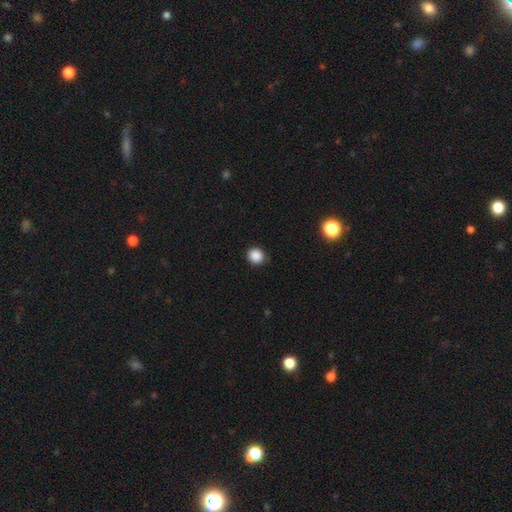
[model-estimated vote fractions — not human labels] smooth 87%, star or artifact 11%, featured or disk 3%. Down the decision tree: how rounded — round (88%); merging — none (89%).